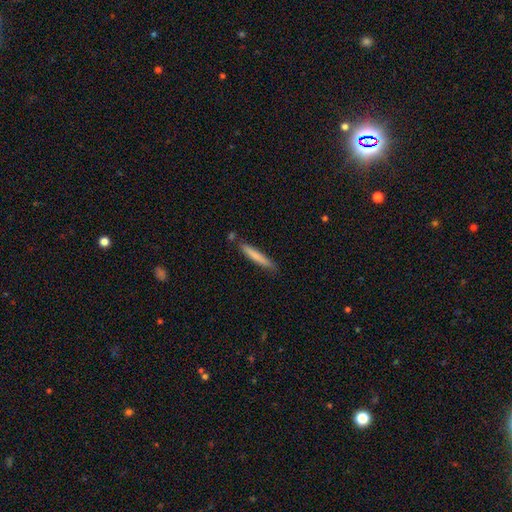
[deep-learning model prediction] A smooth galaxy with no disk features (75%) that is cigar-shaped (95%).

Vote fractions:
- Smooth or featured? smooth: 75% / featured or disk: 19% / star or artifact: 6%
- How rounded? cigar-shaped: 95% / in between: 4% / round: 1%
- Merging? none: 81% / minor disturbance: 12% / merger: 5% / major disturbance: 2%